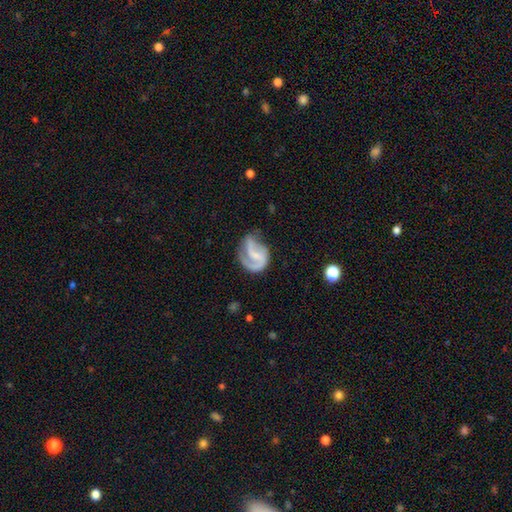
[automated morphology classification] This appears to be a featured or disk galaxy (79%) with a weak bar (43%), 2 (64%) medium (47%) spiral arms (93%) and a small central bulge (44%). Merging: none (48%).